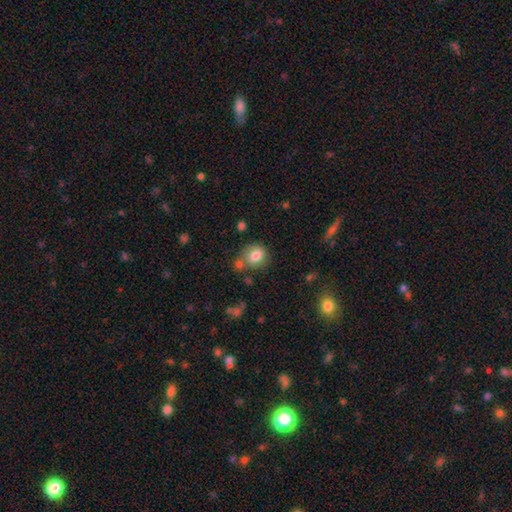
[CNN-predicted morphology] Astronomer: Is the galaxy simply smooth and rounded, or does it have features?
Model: smooth — 79%.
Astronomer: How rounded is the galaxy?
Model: round — 63%.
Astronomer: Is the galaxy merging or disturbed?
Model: none — 58%.